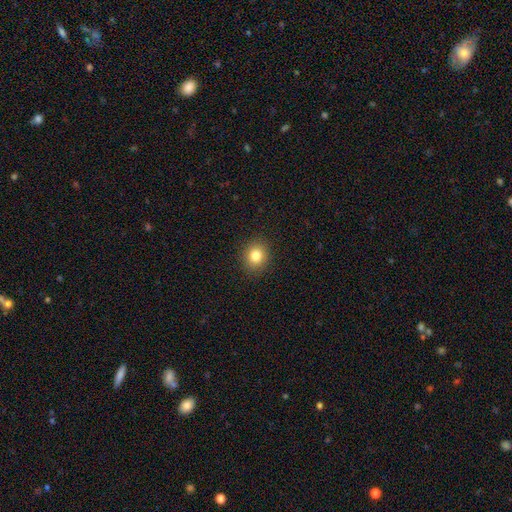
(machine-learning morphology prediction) Overall: smooth (82%). How rounded: round (71%). Merging: none (90%).